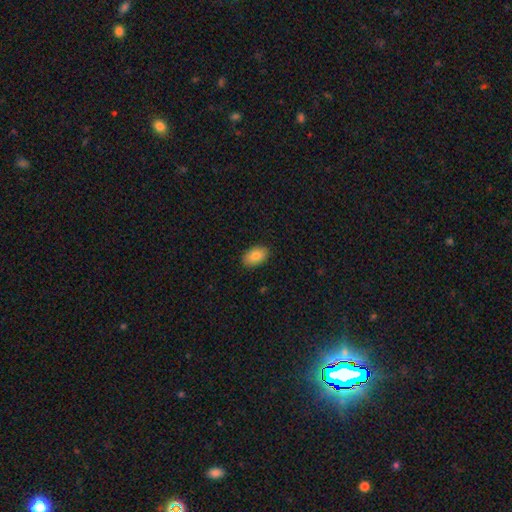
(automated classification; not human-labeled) Smooth or featured?
  - smooth: 84% *
  - featured or disk: 9%
  - star or artifact: 7%
How rounded?
  - in between: 92% *
  - round: 7%
  - cigar-shaped: 1%
Merging?
  - none: 88% *
  - minor disturbance: 9%
  - major disturbance: 2%
  - merger: 1%